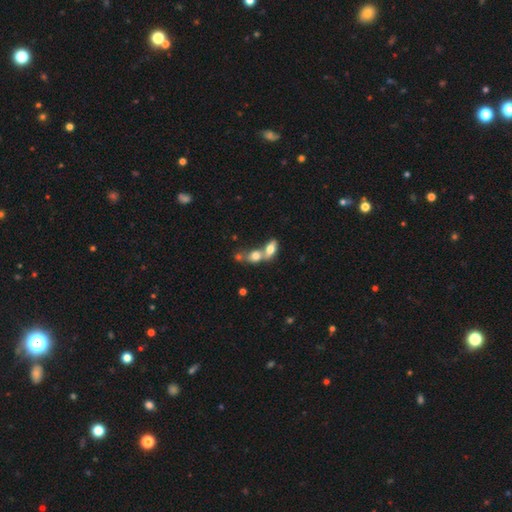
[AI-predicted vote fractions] Smooth or featured? smooth (71%)
How rounded? in between (67%)
Merging? merger (71%)